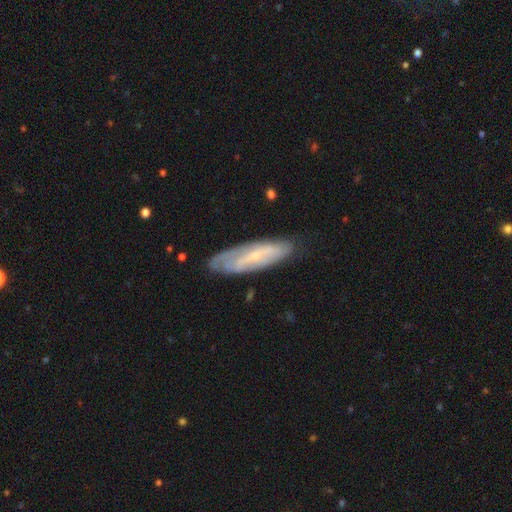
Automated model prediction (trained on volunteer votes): Overall: featured or disk (64%; smooth 30%). Edge-on disk: no (72%). Merging: none (71%).